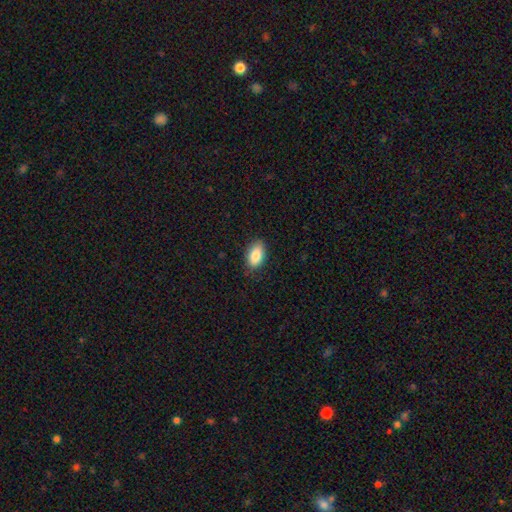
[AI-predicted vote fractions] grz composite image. It shows a smooth galaxy with no disk features (86%) that is in between round and cigar-shaped (92%). Merging: none (83%).